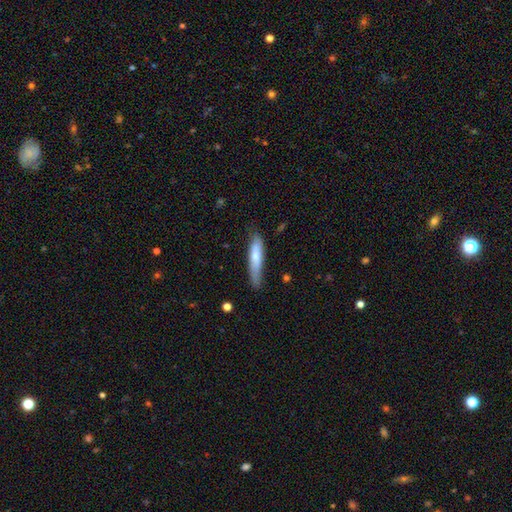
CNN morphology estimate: type=smooth (68%); roundness=cigar-shaped (81%); merging=none (69%).